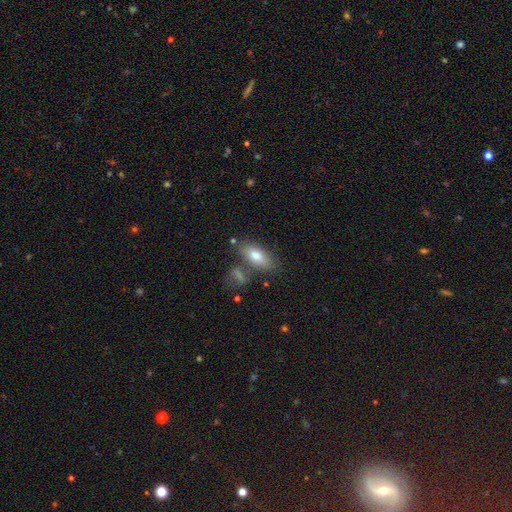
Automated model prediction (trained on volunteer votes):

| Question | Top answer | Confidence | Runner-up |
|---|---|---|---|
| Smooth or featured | smooth | 75% | featured or disk (18%) |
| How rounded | in between | 81% | cigar-shaped (15%) |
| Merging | none | 65% | merger (15%) |